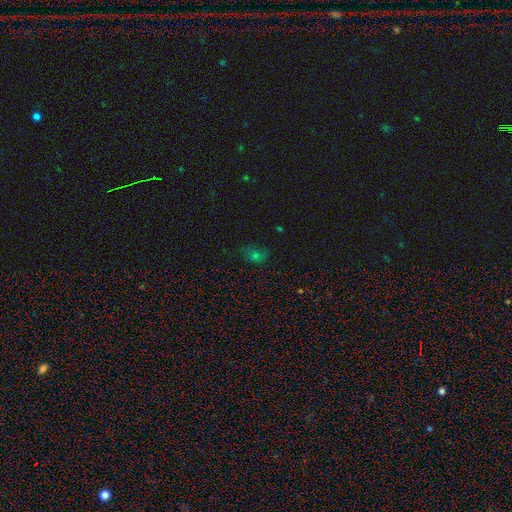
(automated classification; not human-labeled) Q: Smooth or featured?
A: smooth (51%); runner-up: star or artifact (35%)
Q: How rounded?
A: in between (51%); runner-up: round (47%)
Q: Merging?
A: none (64%); runner-up: minor disturbance (24%)